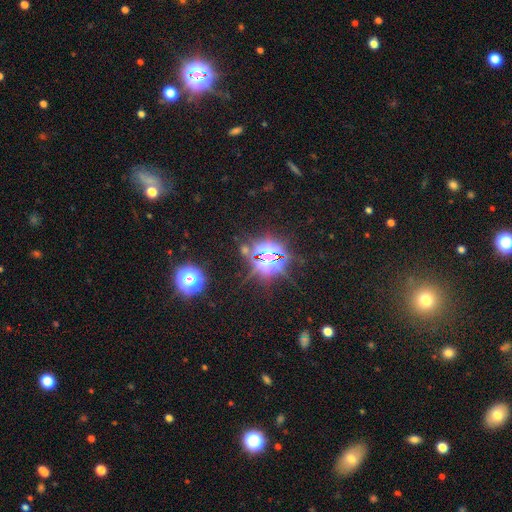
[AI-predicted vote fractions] smooth_or_featured: star or artifact (p=0.79) [alt: smooth p=0.14]